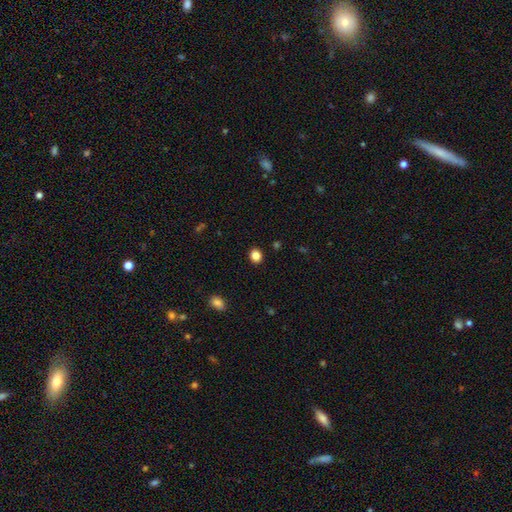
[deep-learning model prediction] This appears to be a smooth galaxy with no disk features (85%) that is round (71%). Merging: none (91%).